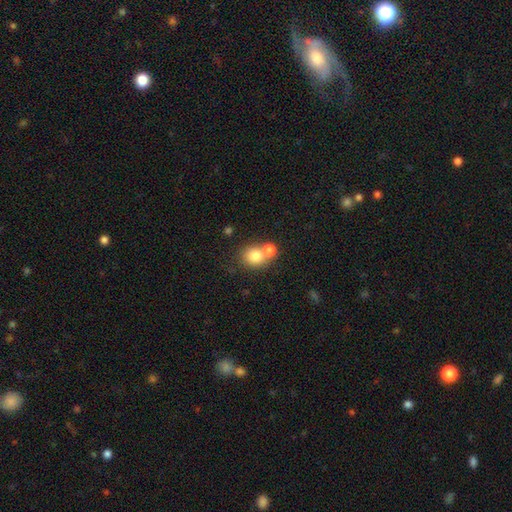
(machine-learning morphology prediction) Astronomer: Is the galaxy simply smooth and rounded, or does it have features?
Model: smooth — 78%.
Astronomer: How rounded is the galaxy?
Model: round — 77%.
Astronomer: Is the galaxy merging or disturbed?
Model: merger — 46% (runner-up: none, 44%).